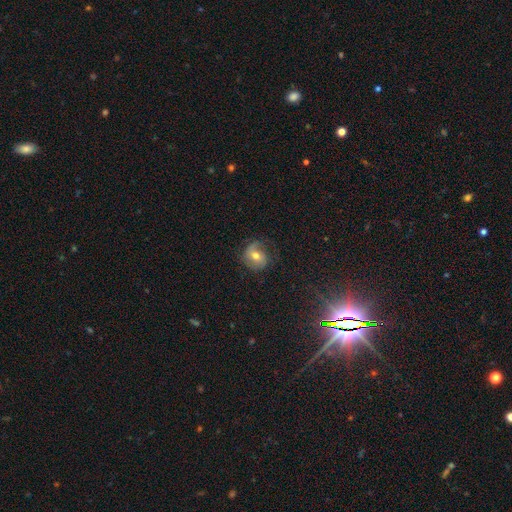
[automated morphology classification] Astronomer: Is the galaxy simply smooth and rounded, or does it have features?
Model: featured or disk — 45%, tied with smooth at 45%.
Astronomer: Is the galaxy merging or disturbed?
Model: none — 62%.